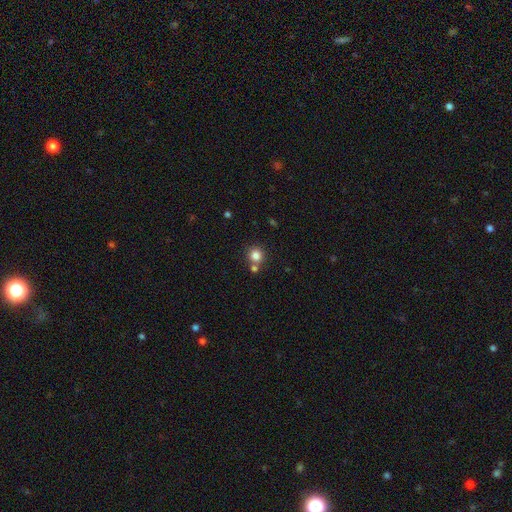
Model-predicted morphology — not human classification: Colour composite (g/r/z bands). It shows a smooth galaxy with no disk features (82%) that is round (91%). Merging: none (67%).